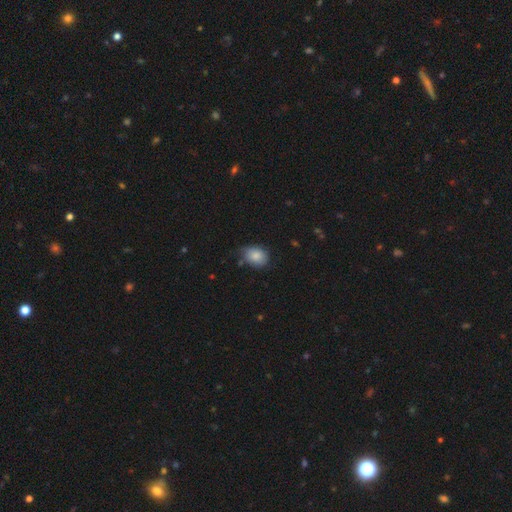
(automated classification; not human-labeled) smooth_or_featured: smooth (p=0.85) [alt: star or artifact p=0.08]
how_rounded: in between (p=0.65) [alt: round p=0.34]
merging: none (p=0.66) [alt: minor disturbance p=0.27]